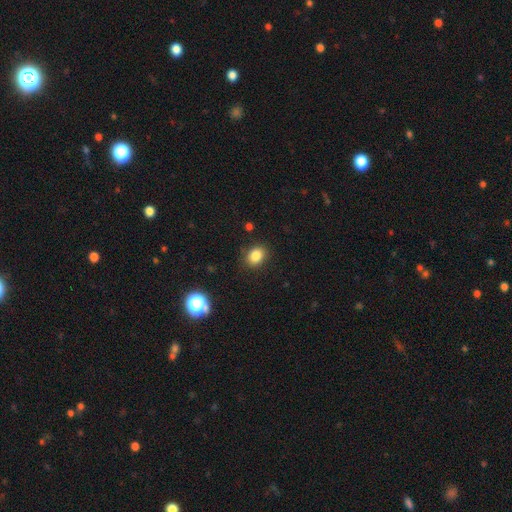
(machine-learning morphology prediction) The model was most divided on "how rounded": round: 50%, in between: 49%, cigar-shaped: 1%. More confident: merging — none (86%); smooth or featured — smooth (84%).